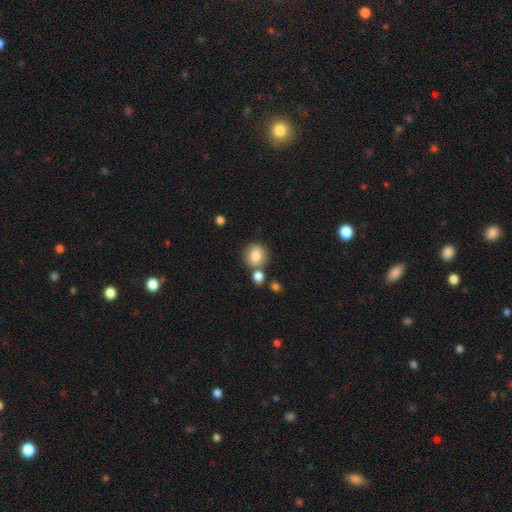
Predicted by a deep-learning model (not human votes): A smooth galaxy with no disk features (83%) that is round (85%). Merging: none (70%).